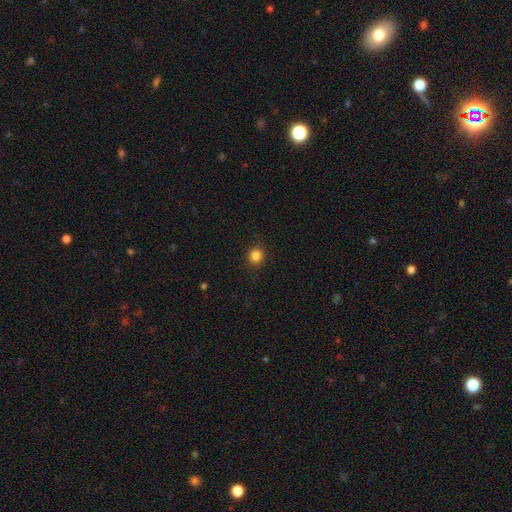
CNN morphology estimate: This is clearly a smooth galaxy (85%). How rounded: clearly round (87%). Merging: clearly none (91%).